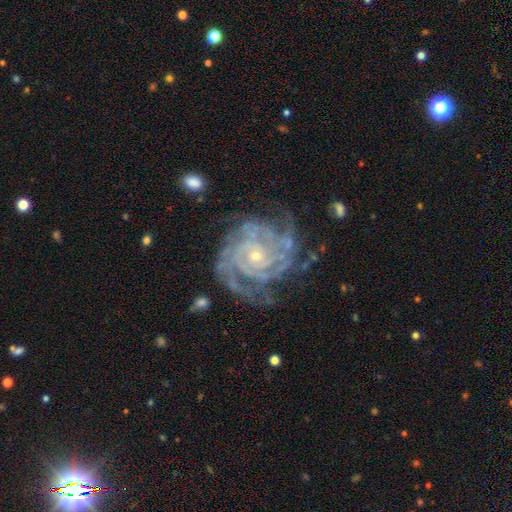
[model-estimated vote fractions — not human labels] Overall: featured or disk (92%). Edge-on disk: no (98%). Bar: no (75%). Spiral arms: yes (98%). Spiral arm count: 4 (23%; 3 21%). Spiral winding: tight (77%). Bulge size: small (76%). Merging: none (68%).